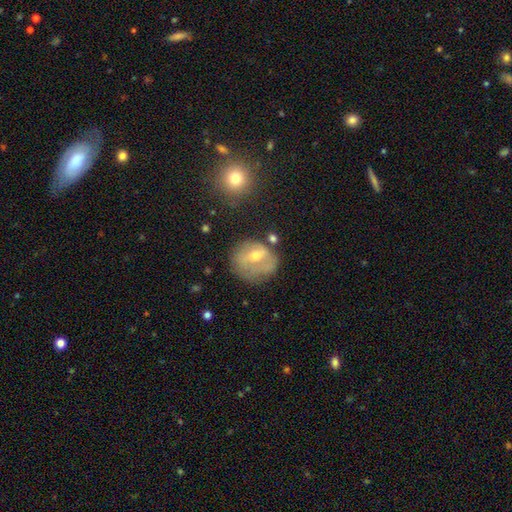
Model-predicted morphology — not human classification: Smooth or featured: featured or disk — 54% (smooth — 37%)
Edge-on disk: no — 96% (yes — 4%)
Bar: weak — 48% (no — 36%)
Spiral arms: yes — 55% (no — 45%)
Bulge size: moderate — 55% (small — 39%)
Merging: none — 56% (minor disturbance — 25%)